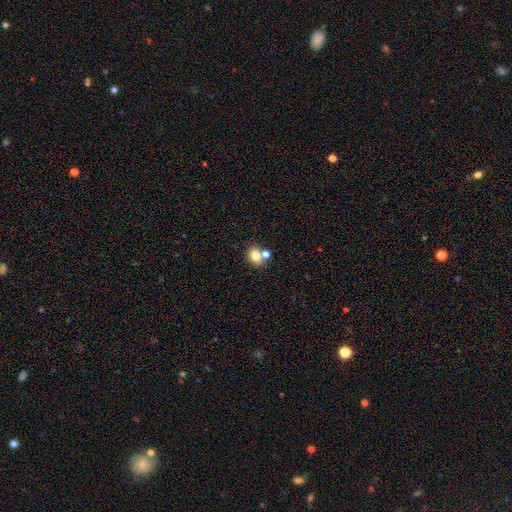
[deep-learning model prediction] smooth 78%, star or artifact 11%, featured or disk 10%. Down the decision tree: how rounded — in between (52%); merging — none (54%).